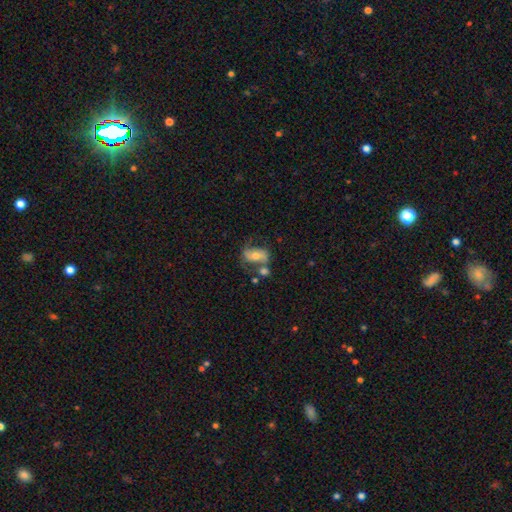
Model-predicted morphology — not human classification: Overall: featured or disk (57%; smooth 34%). Edge-on disk: no (94%). Bar: no (51%; weak 28%). Spiral arms: yes (74%). Bulge size: moderate (62%; small 28%). Merging: none (42%; merger 24%).